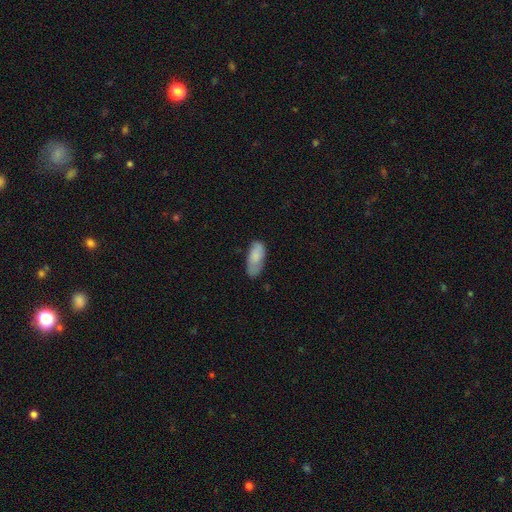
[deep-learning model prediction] Overall: smooth (77%). How rounded: in between (85%). Merging: none (60%; minor disturbance 30%).